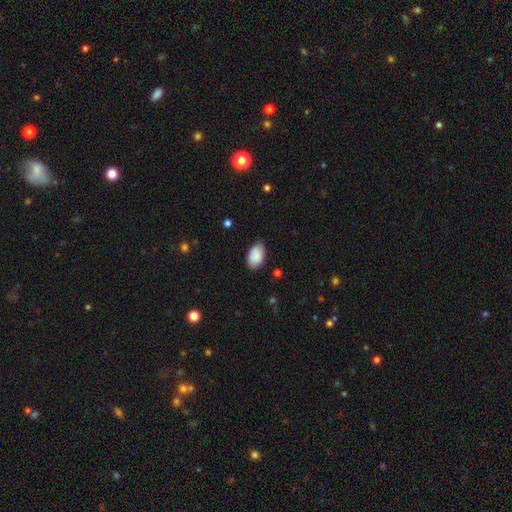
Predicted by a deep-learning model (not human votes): Smooth or featured?
  - smooth: 88% *
  - star or artifact: 6%
  - featured or disk: 6%
How rounded?
  - in between: 94% *
  - round: 5%
  - cigar-shaped: 1%
Merging?
  - none: 80% *
  - minor disturbance: 16%
  - major disturbance: 3%
  - merger: 1%